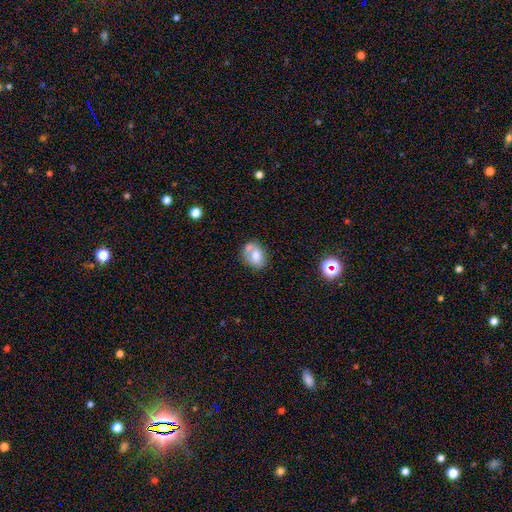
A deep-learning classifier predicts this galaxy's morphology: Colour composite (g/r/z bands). It shows a smooth galaxy with no disk features (63%) that is in between round and cigar-shaped (61%). Merging: none (44%).